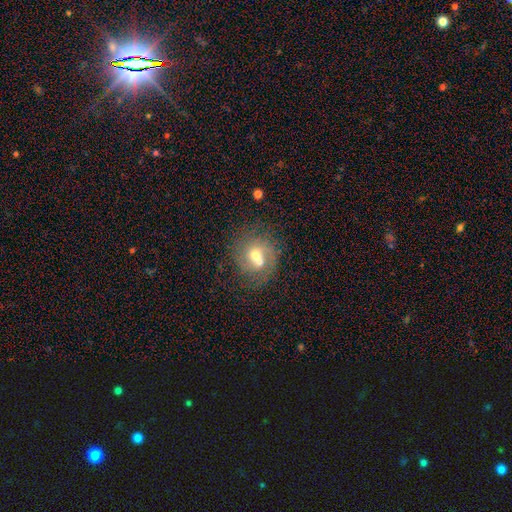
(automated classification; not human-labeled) This appears to be a featured or disk galaxy (46%). Merging: merger (43%).